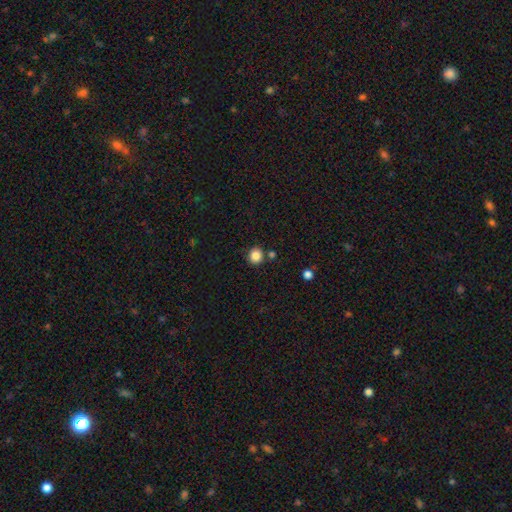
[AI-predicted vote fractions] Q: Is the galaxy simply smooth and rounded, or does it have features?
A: smooth — 85%.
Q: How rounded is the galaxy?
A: round — 89%.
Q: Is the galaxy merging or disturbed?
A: none — 83%.